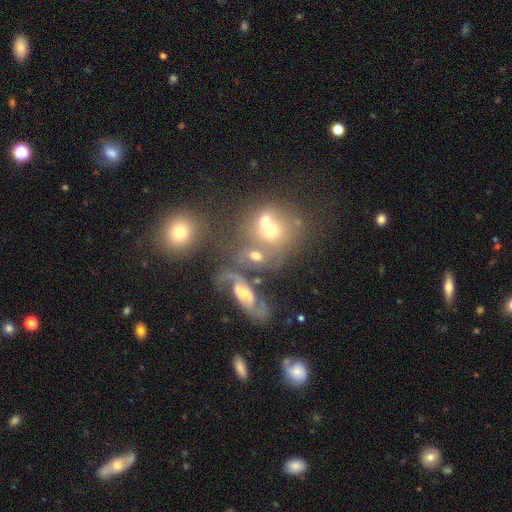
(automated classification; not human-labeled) Smooth or featured? Predicted: smooth (p=0.50). Merging? Predicted: merger (p=0.51).